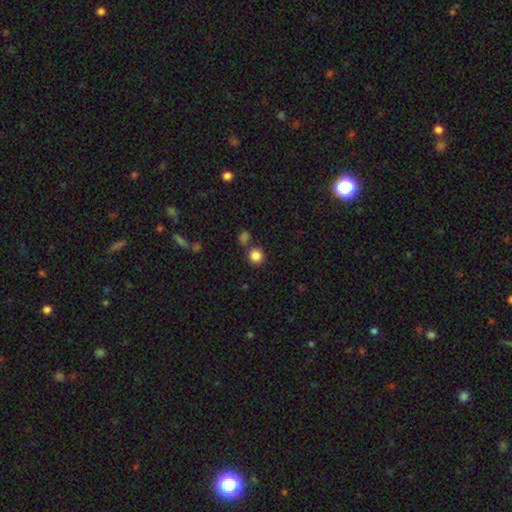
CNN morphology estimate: A smooth galaxy with no disk features (84%) that is round (92%). Merging: none (77%).